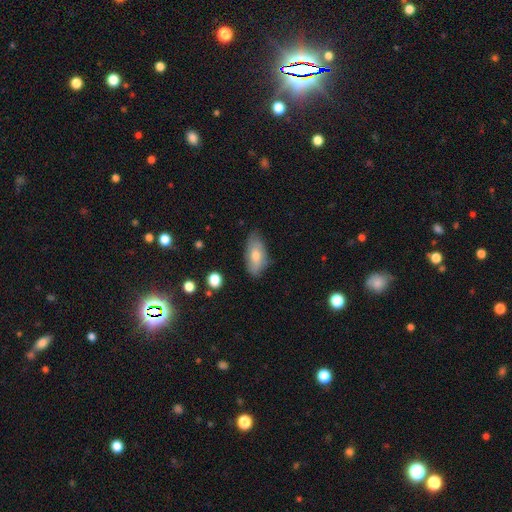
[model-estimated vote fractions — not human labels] Q: Smooth or featured?
A: smooth (66%); runner-up: featured or disk (26%)
Q: How rounded?
A: in between (89%); runner-up: cigar-shaped (8%)
Q: Merging?
A: none (74%); runner-up: minor disturbance (21%)